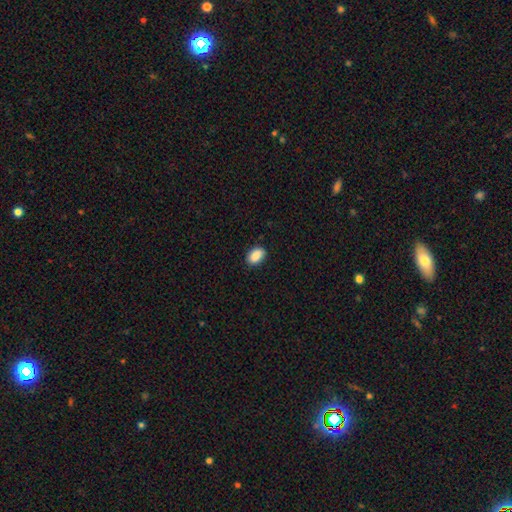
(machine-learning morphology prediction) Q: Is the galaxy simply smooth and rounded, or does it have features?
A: smooth — 89%.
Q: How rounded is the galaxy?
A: in between — 87%.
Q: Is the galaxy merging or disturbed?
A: none — 87%.